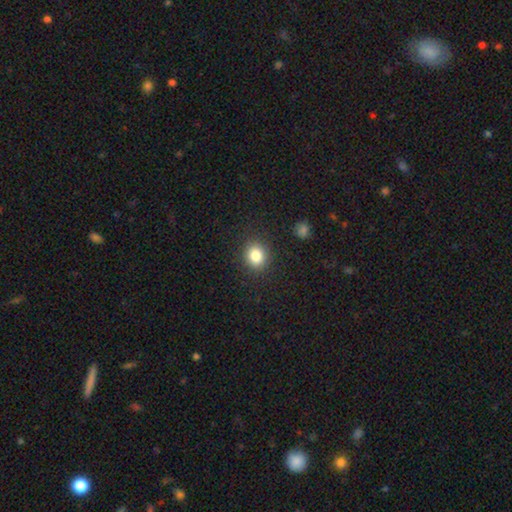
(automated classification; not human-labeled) Morphology: type=smooth (84%); roundness=round (73%); merging=none (89%).